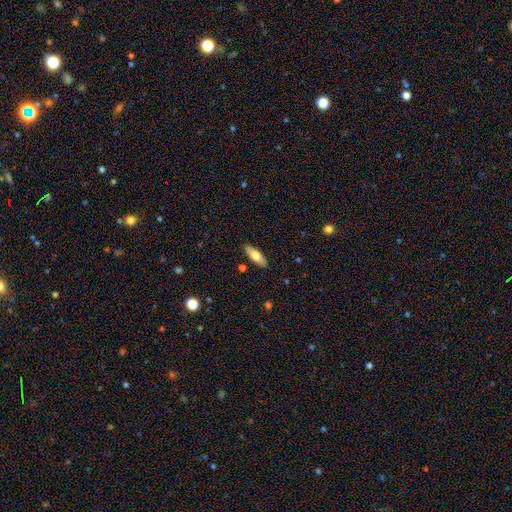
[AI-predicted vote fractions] This is likely a smooth galaxy (66%). How rounded: possibly in between (57%). Merging: clearly none (88%).